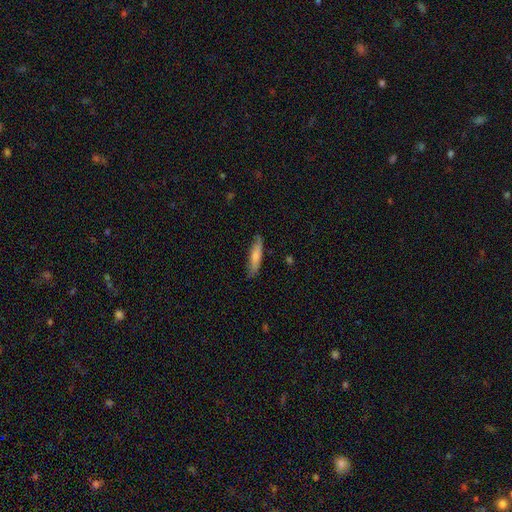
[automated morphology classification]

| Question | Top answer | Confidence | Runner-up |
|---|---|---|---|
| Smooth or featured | smooth | 72% | featured or disk (23%) |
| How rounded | cigar-shaped | 79% | in between (20%) |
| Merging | none | 77% | minor disturbance (18%) |